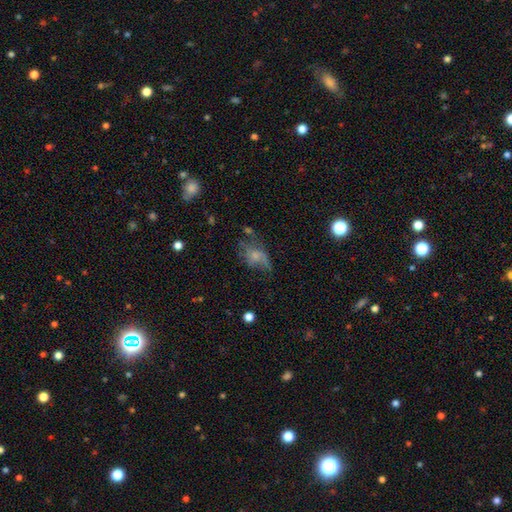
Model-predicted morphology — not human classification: Smooth or featured? Predicted: featured or disk (p=0.45). Merging? Predicted: major disturbance (p=0.38).